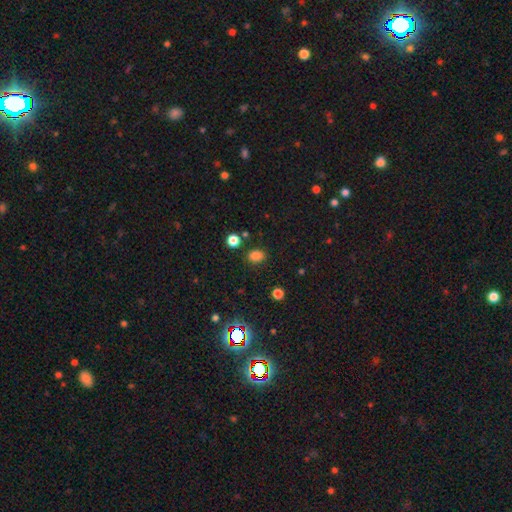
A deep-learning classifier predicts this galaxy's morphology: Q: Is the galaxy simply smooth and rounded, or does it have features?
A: smooth — 81%.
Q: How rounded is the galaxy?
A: in between — 63%.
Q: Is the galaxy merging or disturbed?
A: none — 82%.